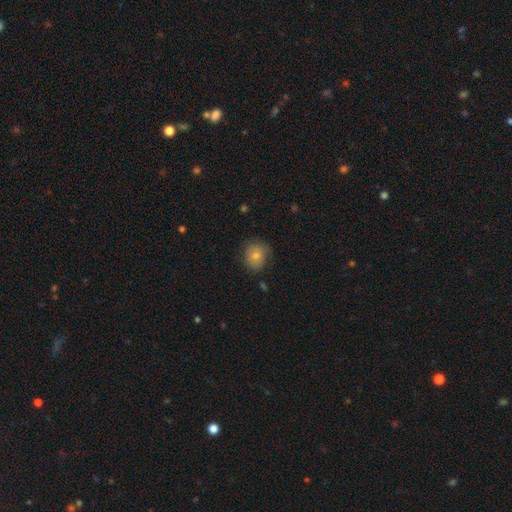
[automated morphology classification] Overall: smooth (74%). How rounded: round (75%). Merging: none (69%).